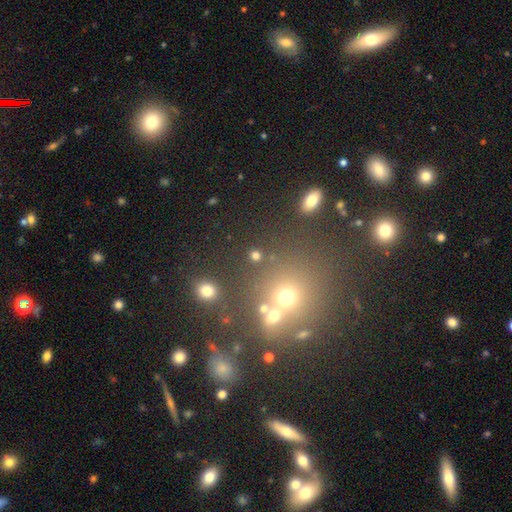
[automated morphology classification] Smooth or featured? Predicted: smooth (p=0.72). How rounded? Predicted: round (p=0.84). Merging? Predicted: none (p=0.80).